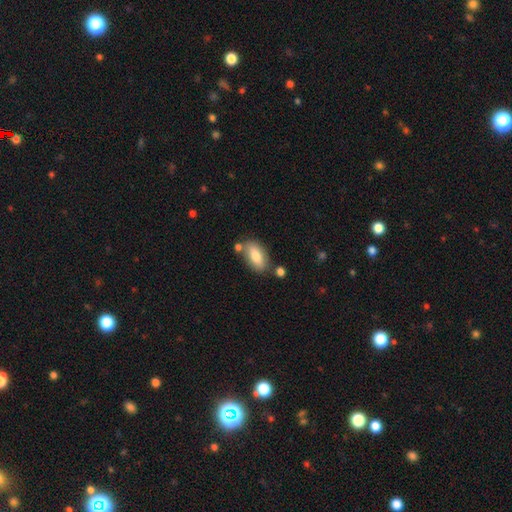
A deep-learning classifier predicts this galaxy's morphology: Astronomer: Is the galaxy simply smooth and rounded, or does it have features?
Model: smooth — 77%.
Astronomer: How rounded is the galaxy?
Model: in between — 88%.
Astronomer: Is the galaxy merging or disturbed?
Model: none — 71%.